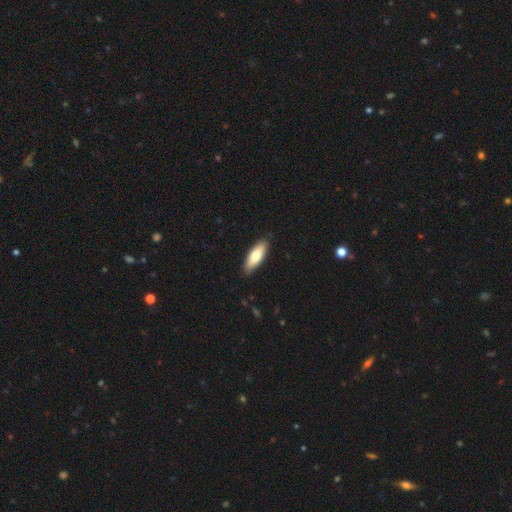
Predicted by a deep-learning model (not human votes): smooth_or_featured: smooth (p=0.72) [alt: featured or disk p=0.23]
how_rounded: in between (p=0.63) [alt: cigar-shaped p=0.35]
merging: none (p=0.88) [alt: minor disturbance p=0.09]